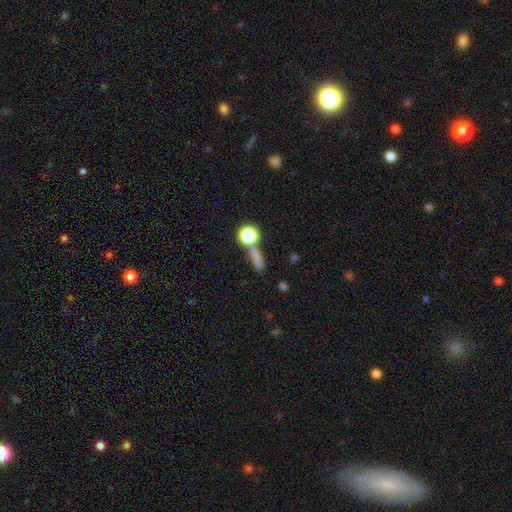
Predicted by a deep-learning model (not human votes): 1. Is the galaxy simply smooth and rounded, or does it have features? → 69% smooth, 20% star or artifact, 11% featured or disk.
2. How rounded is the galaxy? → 48% cigar-shaped, 27% round, 25% in between.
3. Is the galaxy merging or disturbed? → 63% none, 19% merger, 12% minor disturbance, 7% major disturbance.